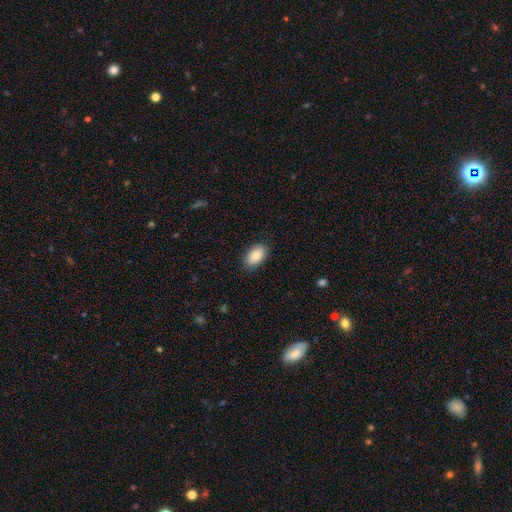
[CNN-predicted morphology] smooth-or-featured: smooth: 88% | star or artifact: 6% | featured or disk: 6%
  how-rounded: in between: 92% | round: 6% | cigar-shaped: 1%
  merging: none: 86% | minor disturbance: 10% | major disturbance: 2% | merger: 1%